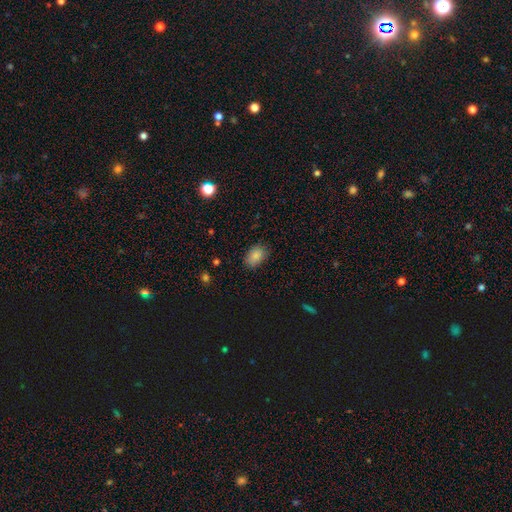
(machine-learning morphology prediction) Smooth or featured? smooth (86%)
How rounded? in between (84%)
Merging? none (81%)